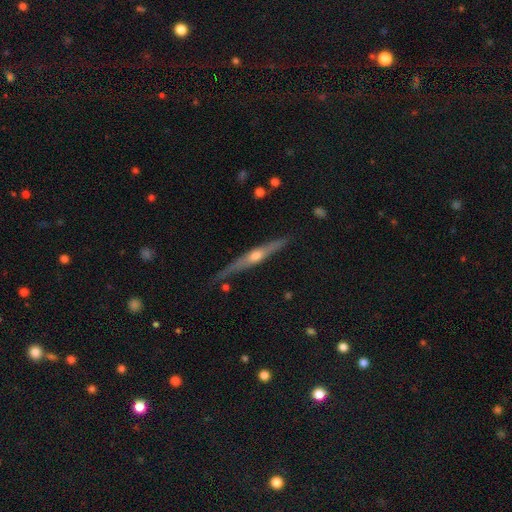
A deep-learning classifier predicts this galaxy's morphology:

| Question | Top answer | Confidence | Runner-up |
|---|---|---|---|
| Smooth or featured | featured or disk | 80% | smooth (14%) |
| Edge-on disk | yes | 97% | no (3%) |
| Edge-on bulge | rounded | 89% | none (6%) |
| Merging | none | 85% | minor disturbance (11%) |